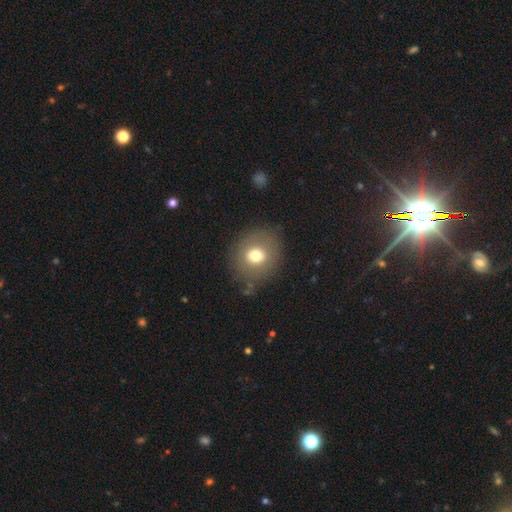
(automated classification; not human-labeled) Overall: smooth (70%). How rounded: round (76%). Merging: none (82%).